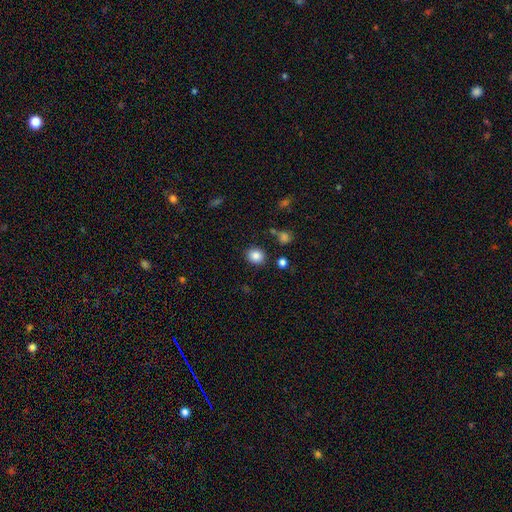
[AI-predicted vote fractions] The model was most divided on "how rounded": round: 68%, in between: 31%, cigar-shaped: 1%. More confident: smooth or featured — smooth (85%); merging — none (85%).